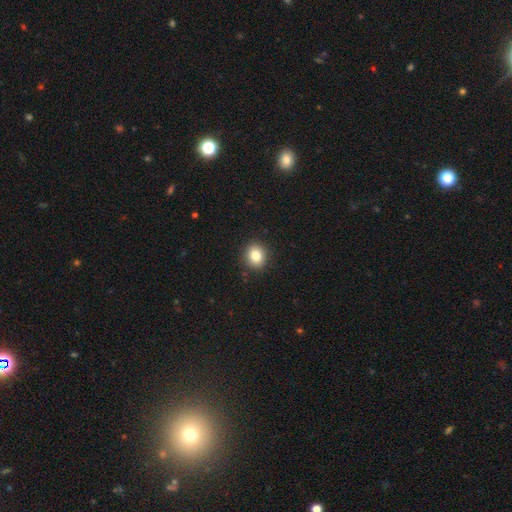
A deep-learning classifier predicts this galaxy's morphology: Smooth or featured?
  - smooth: 82% *
  - star or artifact: 11%
  - featured or disk: 7%
How rounded?
  - round: 72% *
  - in between: 27%
  - cigar-shaped: 1%
Merging?
  - none: 90% *
  - minor disturbance: 7%
  - major disturbance: 2%
  - merger: 1%